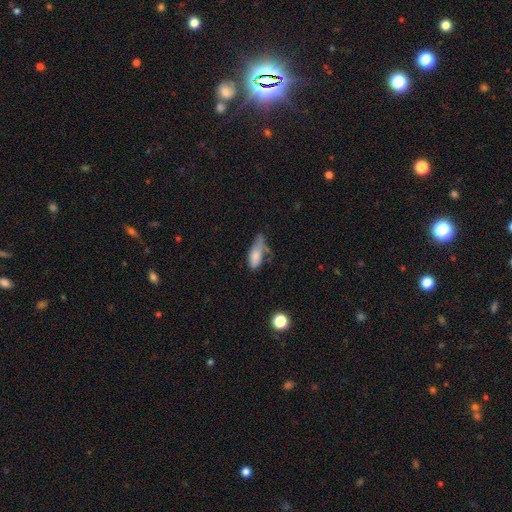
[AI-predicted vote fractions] Q: Smooth or featured?
A: smooth (75%); runner-up: featured or disk (17%)
Q: How rounded?
A: in between (78%); runner-up: cigar-shaped (19%)
Q: Merging?
A: minor disturbance (33%); runner-up: none (31%)